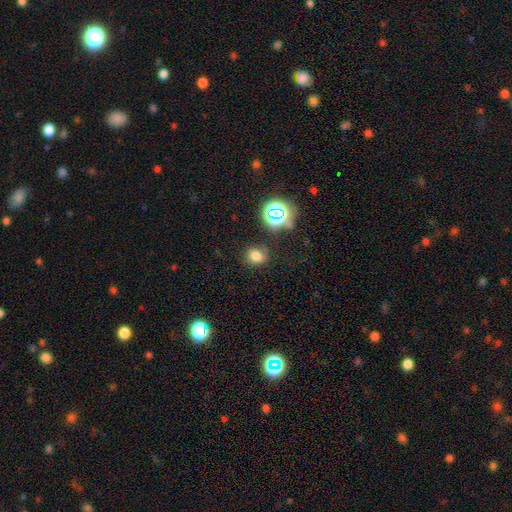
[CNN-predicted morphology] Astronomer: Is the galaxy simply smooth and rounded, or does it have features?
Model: smooth — 72%.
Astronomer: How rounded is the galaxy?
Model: round — 63%.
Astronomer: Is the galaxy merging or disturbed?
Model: none — 78%.